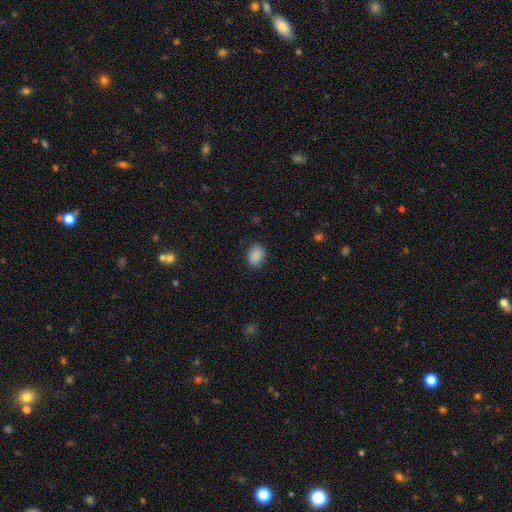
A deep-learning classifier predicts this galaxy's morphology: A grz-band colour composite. It shows a smooth galaxy with no disk features (89%) that is in between round and cigar-shaped (75%). Merging: none (85%).